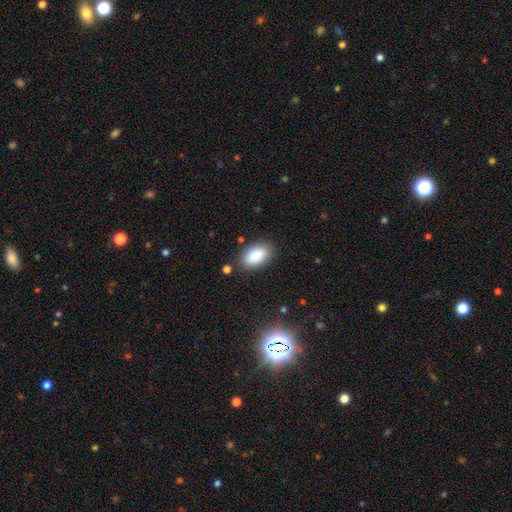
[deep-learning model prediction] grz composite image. It shows a smooth galaxy with no disk features (87%) that is in between round and cigar-shaped (94%). Merging: none (84%).